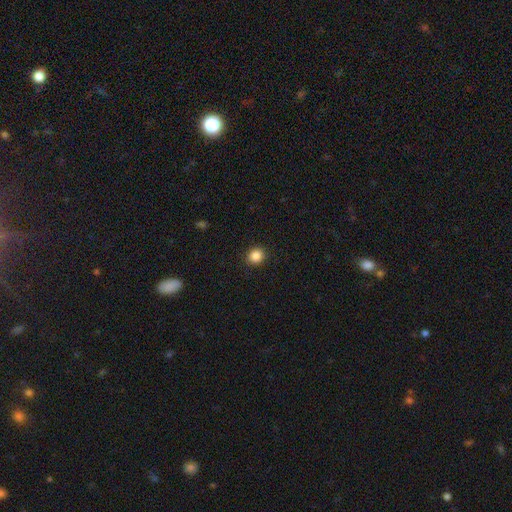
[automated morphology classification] This appears to be a smooth galaxy with no disk features (86%) that is round (85%). Merging: none (90%).